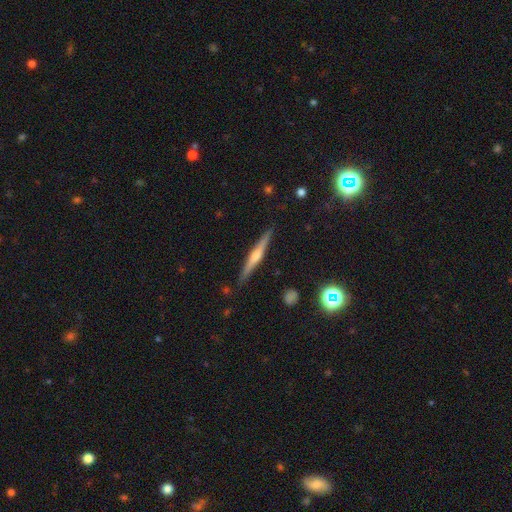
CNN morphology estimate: featured or disk 68%, smooth 24%, star or artifact 8%. Down the decision tree: edge-on disk — yes (98%); edge-on bulge — rounded (83%); merging — none (90%).